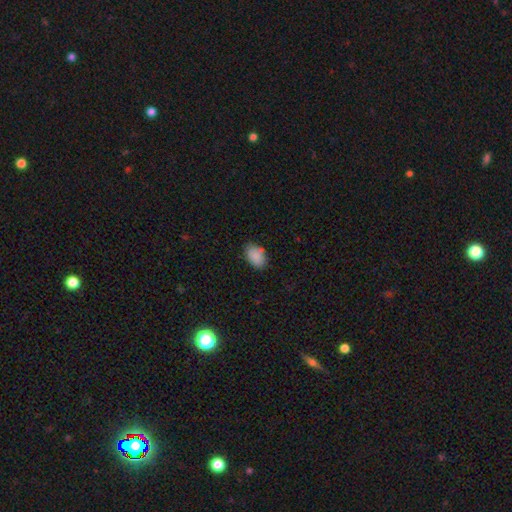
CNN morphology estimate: Overall: smooth (88%). How rounded: in between (87%). Merging: none (78%).